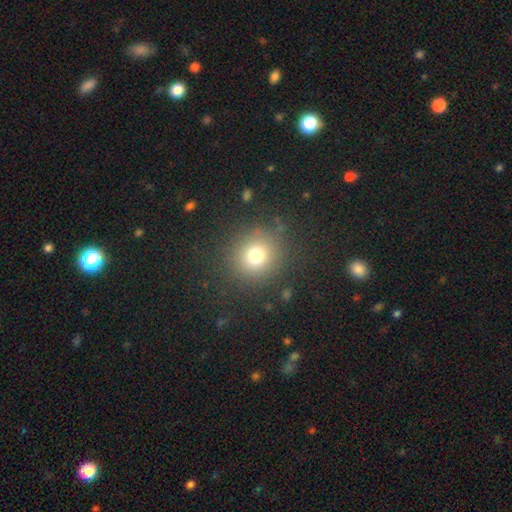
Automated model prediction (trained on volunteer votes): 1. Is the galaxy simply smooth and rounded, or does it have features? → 74% smooth, 17% star or artifact, 9% featured or disk.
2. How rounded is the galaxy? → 90% round, 9% in between, 1% cigar-shaped.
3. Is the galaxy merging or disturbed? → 87% none, 8% minor disturbance, 4% major disturbance, 1% merger.